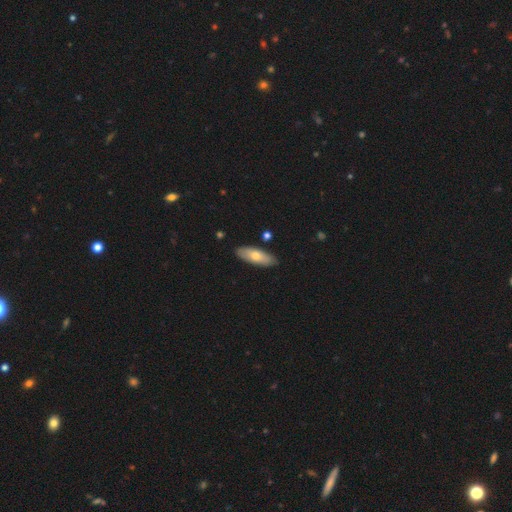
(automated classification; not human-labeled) This is likely a smooth galaxy (68%). How rounded: likely in between (67%). Merging: clearly none (87%).